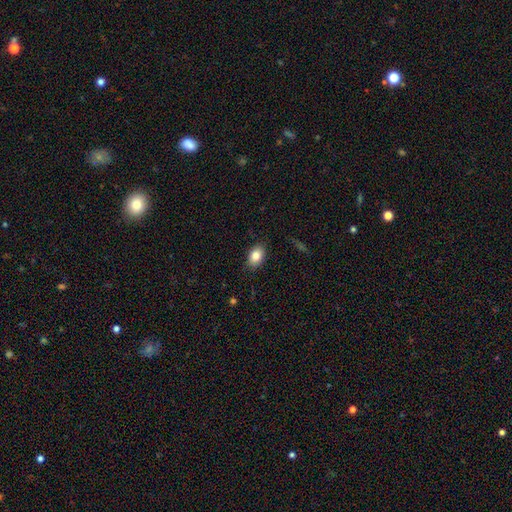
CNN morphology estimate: The model was most divided on "how rounded": in between: 83%, round: 16%, cigar-shaped: 1%. More confident: merging — none (86%); smooth or featured — smooth (84%).